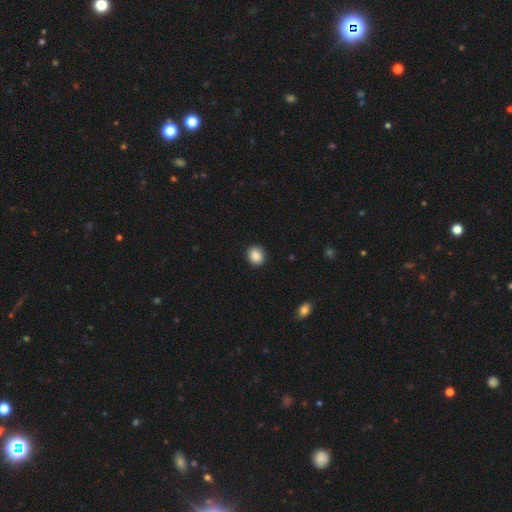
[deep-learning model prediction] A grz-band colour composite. It shows a smooth galaxy with no disk features (88%) that is round (75%). Merging: none (91%).